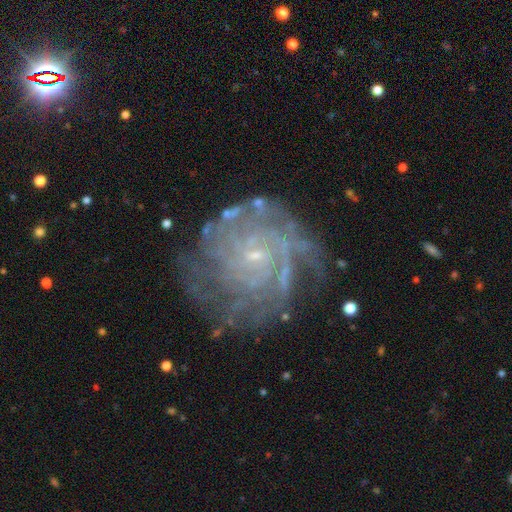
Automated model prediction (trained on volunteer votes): A featured or disk galaxy (86%) with no bar (67%), tight (72%) spiral arms (95%) and a small central bulge (86%).

Vote fractions:
- Smooth or featured? featured or disk: 86% / star or artifact: 8% / smooth: 6%
- Edge-on disk? no: 98% / yes: 2%
- Bar? no: 67% / weak: 26% / strong: 6%
- Spiral arms? yes: 95% / no: 5%
- Spiral winding? tight: 72% / medium: 23% / loose: 5%
- Spiral arm count? can't tell: 32% / 4: 21% / more than 4: 16% / 3: 12% / 2: 11% / 1: 8%
- Bulge size? small: 86% / moderate: 7% / none: 5% / large: 1% / dominant: 1%
- Merging? none: 67% / minor disturbance: 19% / major disturbance: 11% / merger: 2%